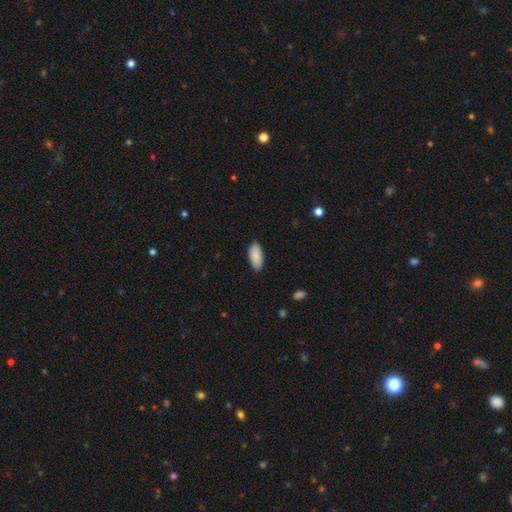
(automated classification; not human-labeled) Morphology: type=smooth (90%); roundness=in between (91%); merging=none (87%).